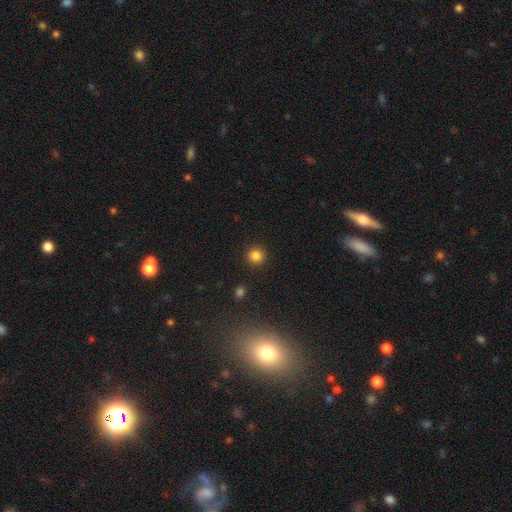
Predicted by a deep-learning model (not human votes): Smooth or featured? Predicted: smooth (p=0.83). How rounded? Predicted: round (p=0.95). Merging? Predicted: none (p=0.92).